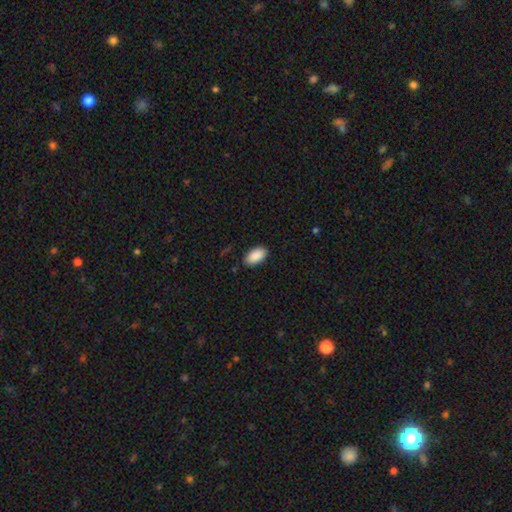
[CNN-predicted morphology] Overall: smooth (90%). How rounded: in between (95%). Merging: none (87%).